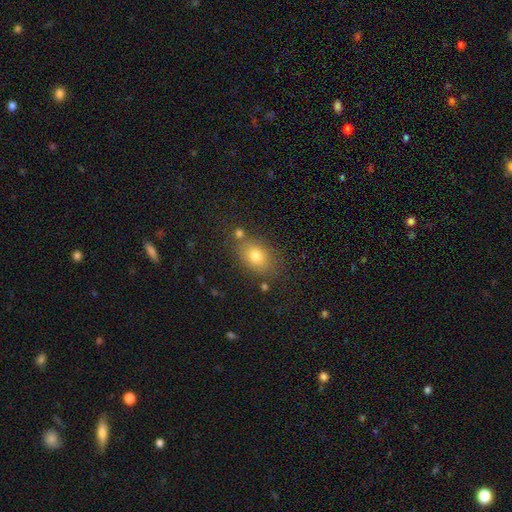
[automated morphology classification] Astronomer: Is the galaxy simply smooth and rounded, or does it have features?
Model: smooth — 77%.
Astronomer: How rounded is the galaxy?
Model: in between — 76%.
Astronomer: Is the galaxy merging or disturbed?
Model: none — 72%.